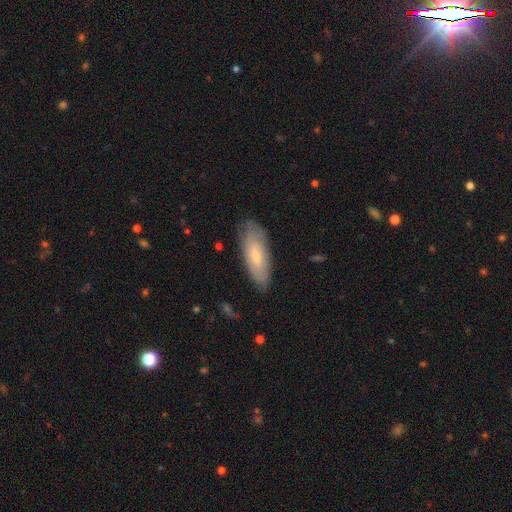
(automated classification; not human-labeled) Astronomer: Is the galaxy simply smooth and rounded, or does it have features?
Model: smooth — 53% (runner-up: featured or disk, 41%).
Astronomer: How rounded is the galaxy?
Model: in between — 70%.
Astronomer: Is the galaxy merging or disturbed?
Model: none — 76%.